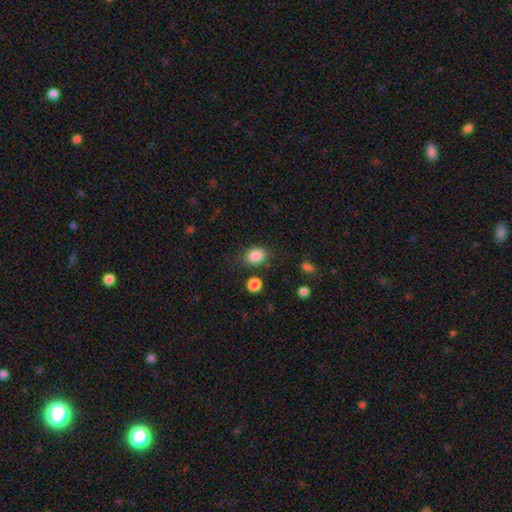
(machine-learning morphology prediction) type=smooth (86%); roundness=in between (65%); merging=none (79%).